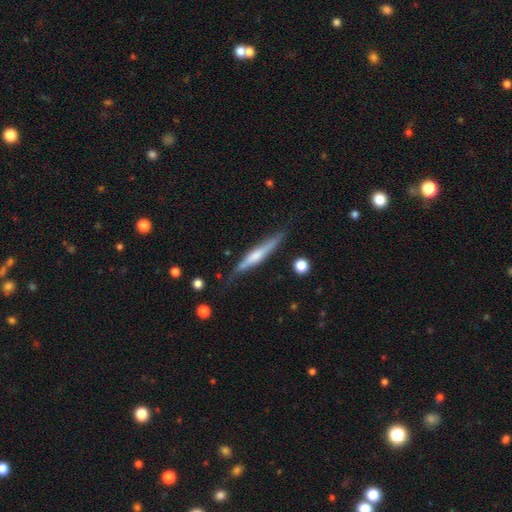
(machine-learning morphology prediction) Smooth or featured? Predicted: featured or disk (p=0.55). Edge-on disk? Predicted: yes (p=0.94). Edge-on bulge? Predicted: rounded (p=0.51). Merging? Predicted: none (p=0.75).